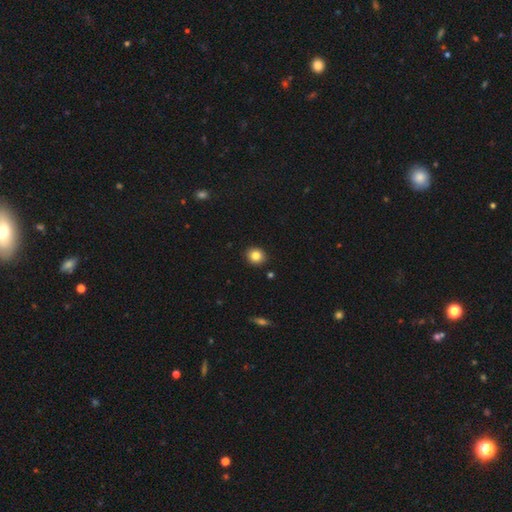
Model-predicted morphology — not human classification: A smooth galaxy with no disk features (83%) that is round (80%).

Vote fractions:
- Smooth or featured? smooth: 83% / star or artifact: 10% / featured or disk: 7%
- How rounded? round: 80% / in between: 19% / cigar-shaped: 1%
- Merging? none: 91% / minor disturbance: 6% / major disturbance: 2% / merger: 1%